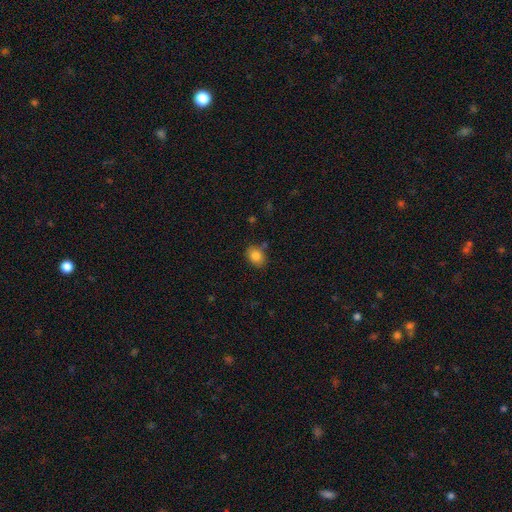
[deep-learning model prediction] Morphology: type=smooth (83%); roundness=in between (59%); merging=none (77%).